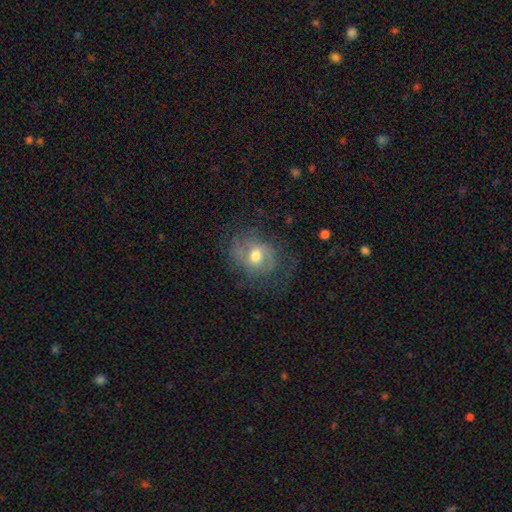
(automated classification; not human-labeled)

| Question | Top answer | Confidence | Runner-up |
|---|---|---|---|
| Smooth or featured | featured or disk | 53% | smooth (38%) |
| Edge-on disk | no | 96% | yes (4%) |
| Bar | no | 63% | weak (31%) |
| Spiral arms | yes | 67% | no (33%) |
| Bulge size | moderate | 73% | small (15%) |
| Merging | none | 57% | minor disturbance (21%) |